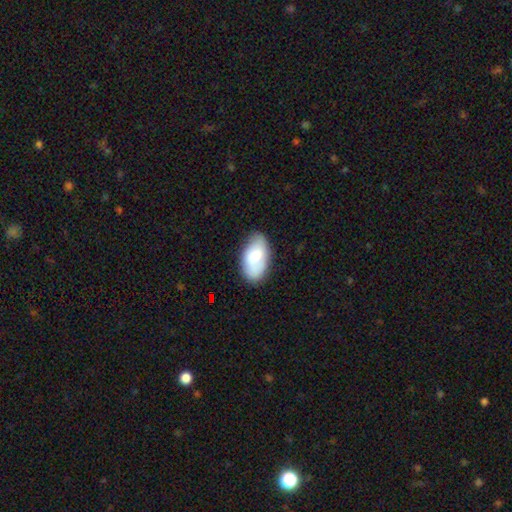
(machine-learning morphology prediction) This appears to be a smooth galaxy with no disk features (67%) that is in between round and cigar-shaped (94%). Merging: none (72%).